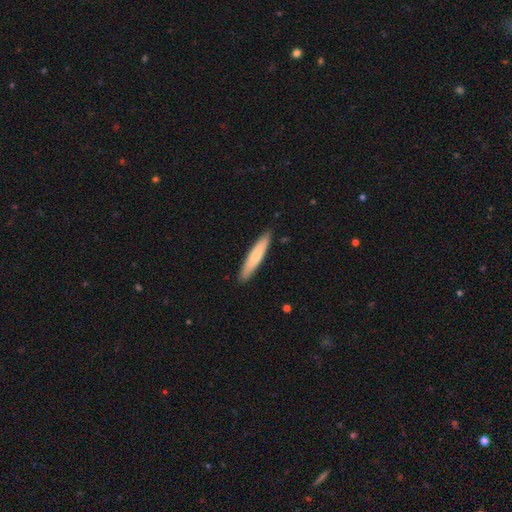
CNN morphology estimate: A smooth galaxy with no disk features (68%) that is cigar-shaped (90%).

Vote fractions:
- Smooth or featured? smooth: 68% / featured or disk: 27% / star or artifact: 5%
- How rounded? cigar-shaped: 90% / in between: 9% / round: 1%
- Merging? none: 90% / minor disturbance: 8% / major disturbance: 1% / merger: 1%